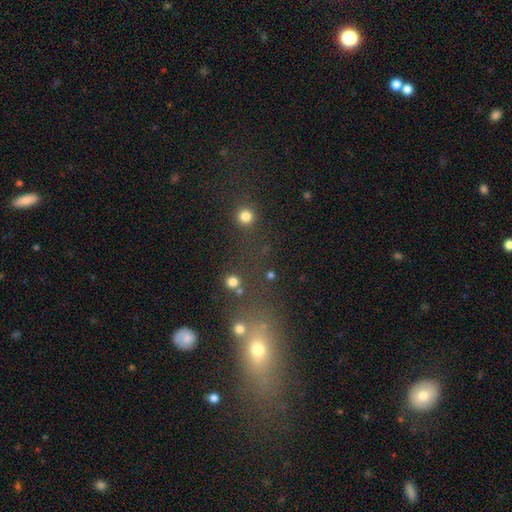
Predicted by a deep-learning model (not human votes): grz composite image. It shows a smooth galaxy with no disk features (44%). Merging: none (49%).